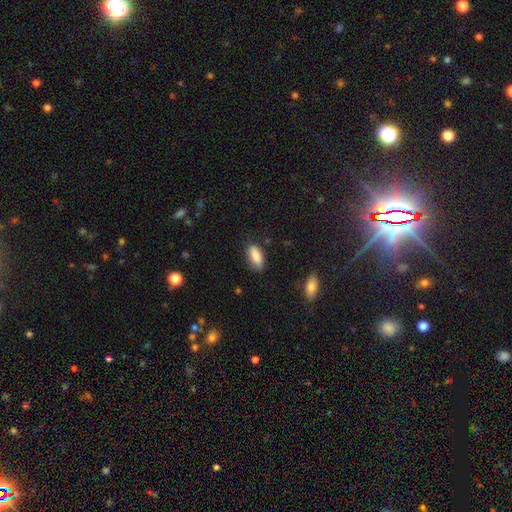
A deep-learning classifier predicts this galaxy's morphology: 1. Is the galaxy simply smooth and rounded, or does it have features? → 86% smooth, 7% featured or disk, 7% star or artifact.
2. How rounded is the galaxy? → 85% in between, 13% cigar-shaped, 2% round.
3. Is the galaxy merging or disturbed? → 78% none, 17% minor disturbance, 3% major disturbance, 2% merger.